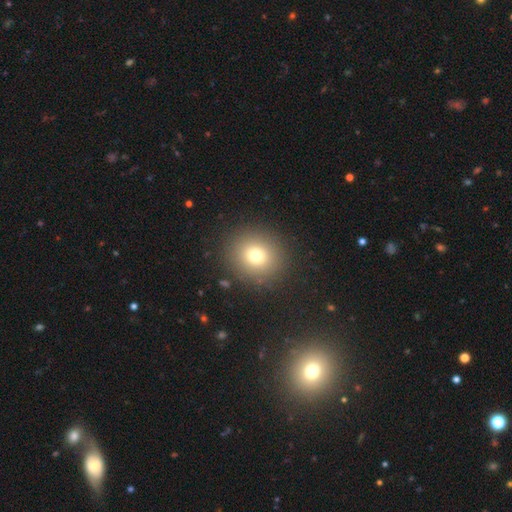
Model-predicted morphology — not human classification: Q: Smooth or featured?
A: smooth (74%); runner-up: star or artifact (15%)
Q: How rounded?
A: round (87%); runner-up: in between (12%)
Q: Merging?
A: none (89%); runner-up: minor disturbance (6%)